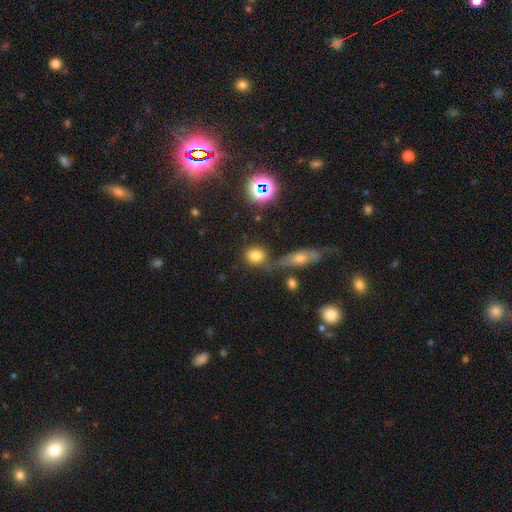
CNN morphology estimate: smooth_or_featured: smooth (p=0.77) [alt: star or artifact p=0.15]
how_rounded: round (p=0.62) [alt: in between p=0.35]
merging: none (p=0.65) [alt: merger p=0.16]